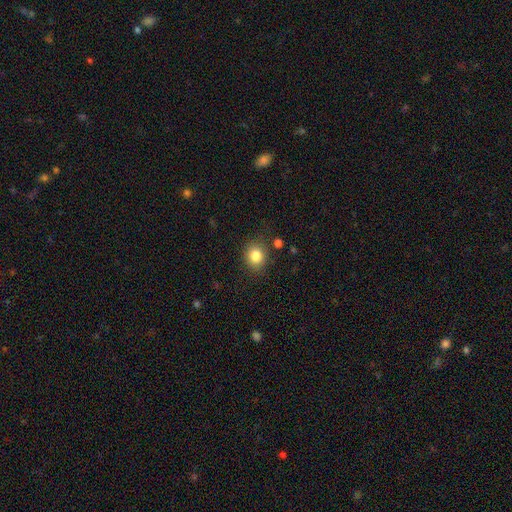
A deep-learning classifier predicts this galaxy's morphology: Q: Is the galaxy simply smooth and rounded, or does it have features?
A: smooth — 83%.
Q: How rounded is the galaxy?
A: round — 75%.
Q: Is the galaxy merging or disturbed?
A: none — 83%.